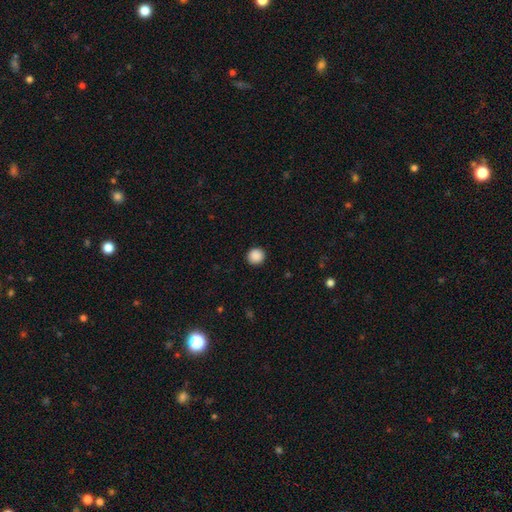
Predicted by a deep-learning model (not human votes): Smooth or featured? Predicted: smooth (p=0.89). How rounded? Predicted: round (p=0.94). Merging? Predicted: none (p=0.93).